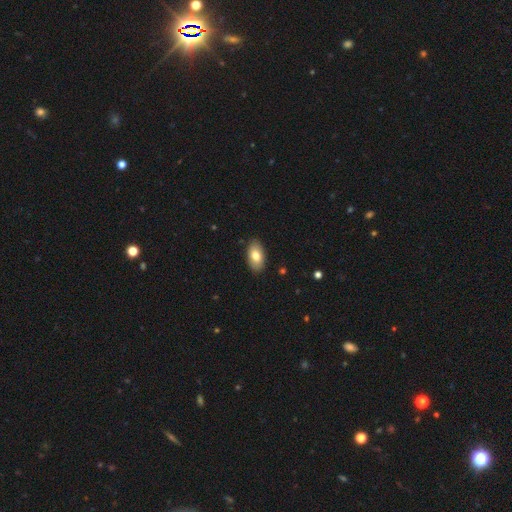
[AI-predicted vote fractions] A smooth galaxy with no disk features (78%) that is in between round and cigar-shaped (94%). Merging: none (88%).